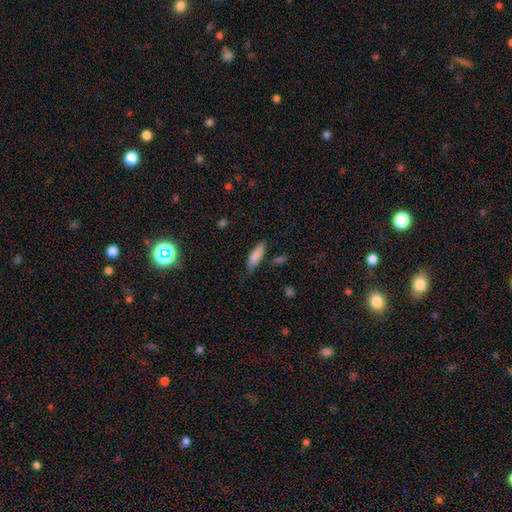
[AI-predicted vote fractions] Morphology: type=smooth (84%); roundness=cigar-shaped (51%); merging=none (71%).